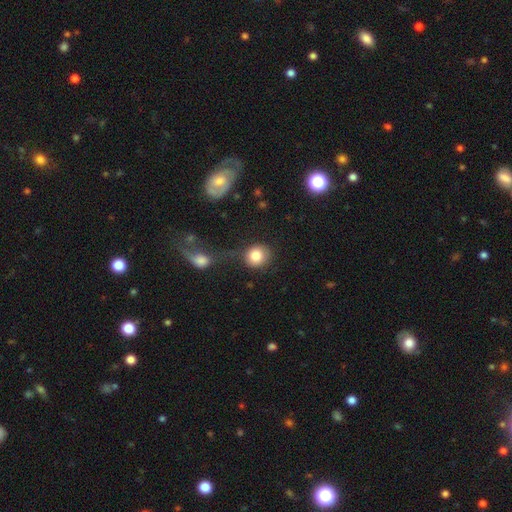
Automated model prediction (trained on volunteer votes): Smooth or featured? smooth (84%)
How rounded? round (83%)
Merging? none (59%)